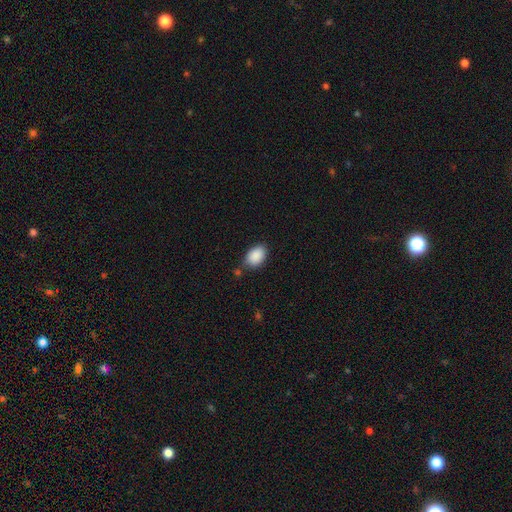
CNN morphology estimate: Q: Smooth or featured?
A: smooth (90%); runner-up: star or artifact (7%)
Q: How rounded?
A: in between (88%); runner-up: round (11%)
Q: Merging?
A: none (76%); runner-up: minor disturbance (16%)